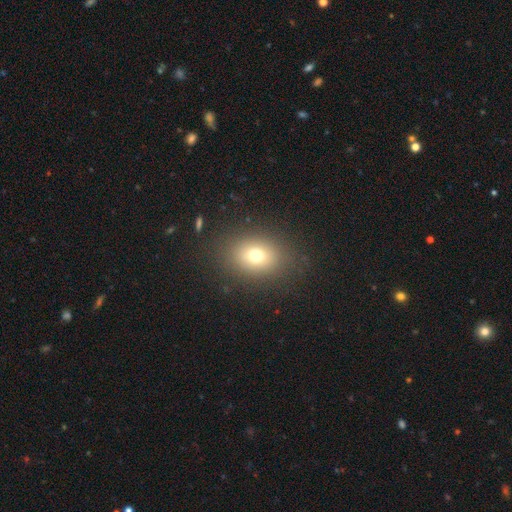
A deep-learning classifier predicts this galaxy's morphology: Smooth or featured: smooth — 72% (star or artifact — 15%)
How rounded: in between — 59% (round — 40%)
Merging: none — 84% (minor disturbance — 10%)